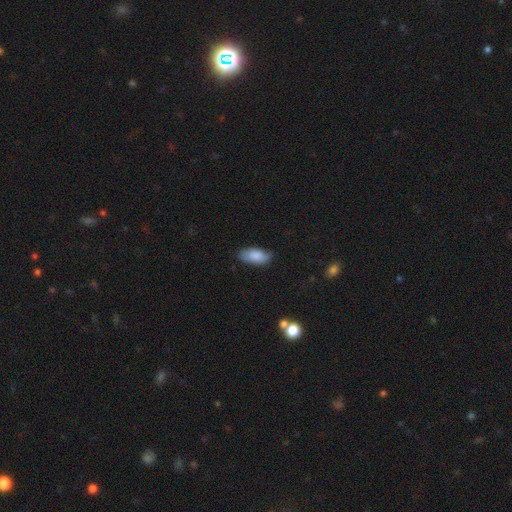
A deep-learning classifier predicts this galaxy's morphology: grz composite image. It shows a smooth galaxy with no disk features (84%) that is in between round and cigar-shaped (91%). Merging: none (75%).